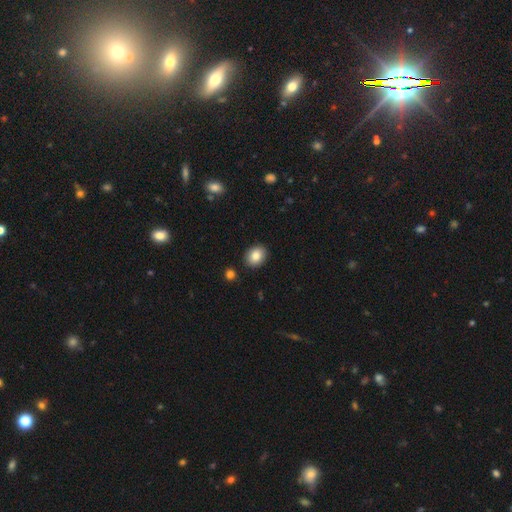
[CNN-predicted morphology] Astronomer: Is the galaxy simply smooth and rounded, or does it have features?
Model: smooth — 85%.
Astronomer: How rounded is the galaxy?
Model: in between — 56% (runner-up: round, 43%).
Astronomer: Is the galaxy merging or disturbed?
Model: none — 89%.